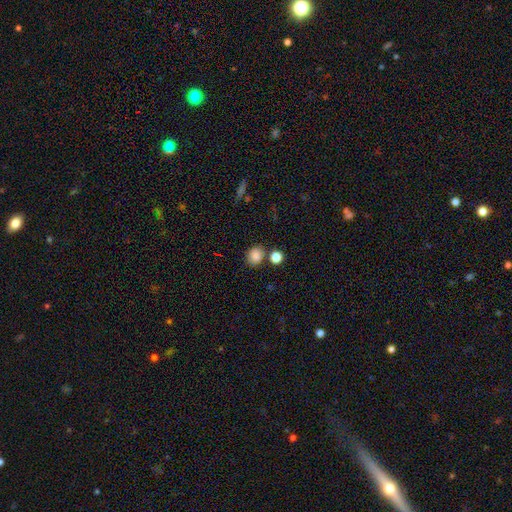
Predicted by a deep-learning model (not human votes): Smooth or featured? smooth (85%)
How rounded? round (64%)
Merging? none (74%)